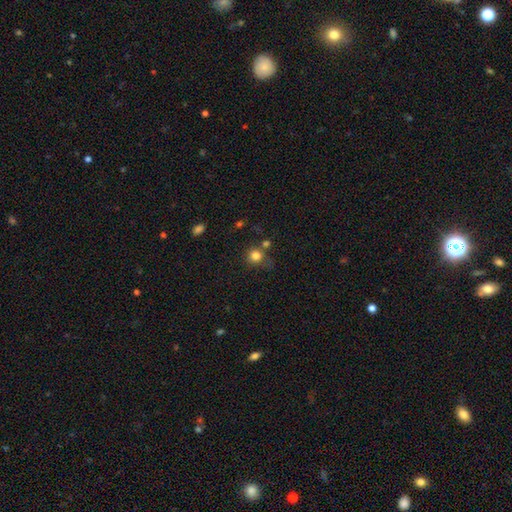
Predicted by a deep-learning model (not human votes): Smooth or featured?
  - smooth: 81% *
  - star or artifact: 12%
  - featured or disk: 7%
How rounded?
  - round: 86% *
  - in between: 13%
  - cigar-shaped: 1%
Merging?
  - none: 60% *
  - minor disturbance: 17%
  - merger: 16%
  - major disturbance: 7%